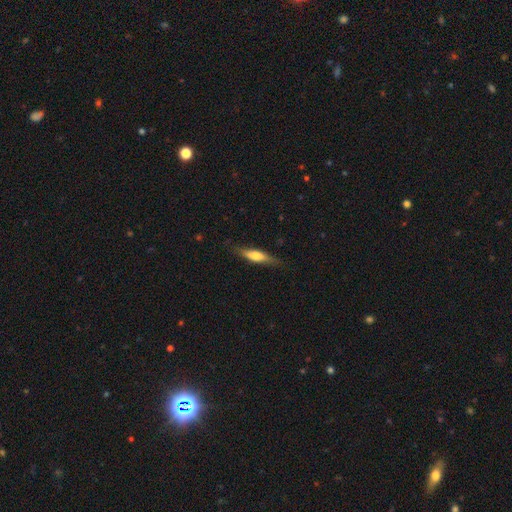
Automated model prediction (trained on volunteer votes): This appears to be a smooth galaxy with no disk features (57%) that is cigar-shaped (71%). Merging: none (78%).